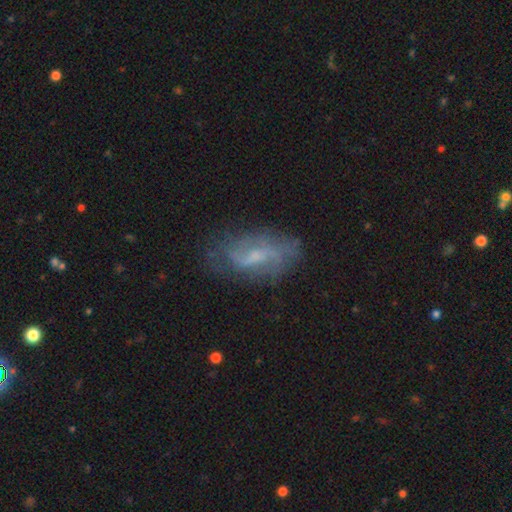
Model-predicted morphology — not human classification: Smooth or featured?
  - featured or disk: 64% *
  - smooth: 28%
  - star or artifact: 9%
Edge-on disk?
  - no: 92% *
  - yes: 8%
Bar?
  - weak: 54% *
  - no: 30%
  - strong: 16%
Spiral arms?
  - yes: 74% *
  - no: 26%
Bulge size?
  - small: 44% *
  - moderate: 32%
  - none: 20%
  - large: 3%
  - dominant: 1%
Merging?
  - none: 64% *
  - minor disturbance: 22%
  - major disturbance: 11%
  - merger: 2%